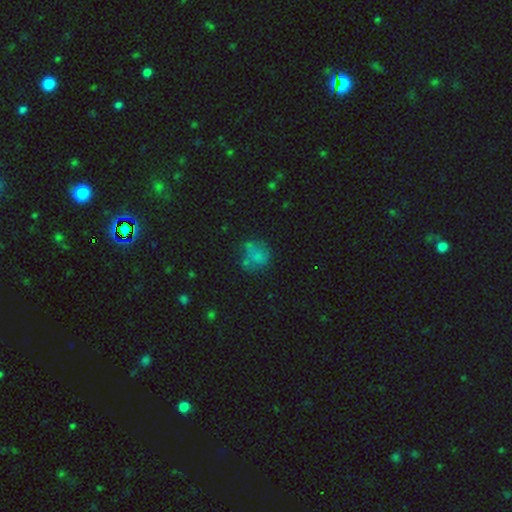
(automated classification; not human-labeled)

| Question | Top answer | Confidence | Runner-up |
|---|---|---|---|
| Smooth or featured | smooth | 57% | featured or disk (24%) |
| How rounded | round | 71% | in between (28%) |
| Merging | none | 45% | minor disturbance (23%) |